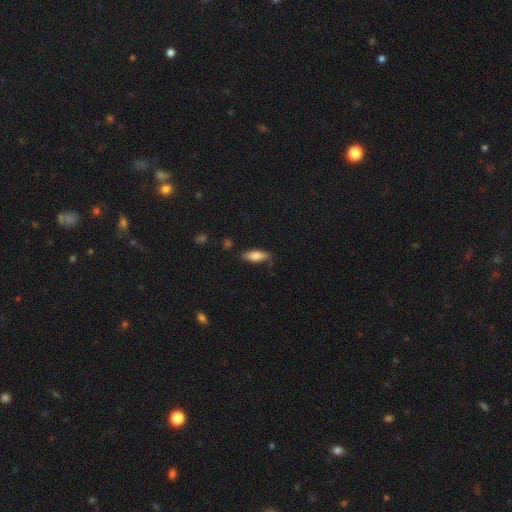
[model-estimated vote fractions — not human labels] Overall: smooth (79%). How rounded: in between (63%; cigar-shaped 35%). Merging: none (78%).